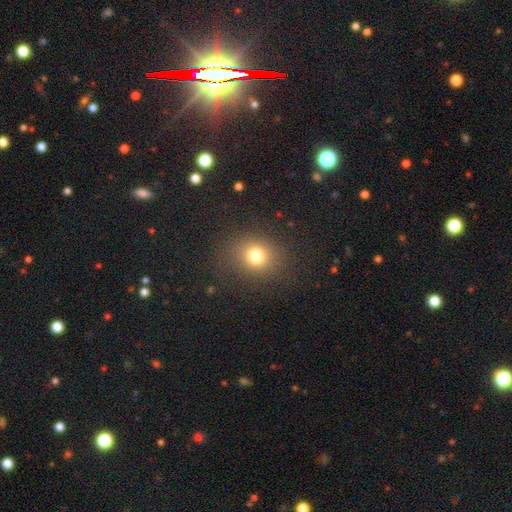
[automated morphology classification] smooth 75%, star or artifact 16%, featured or disk 9%. Down the decision tree: how rounded — round (75%); merging — none (84%).